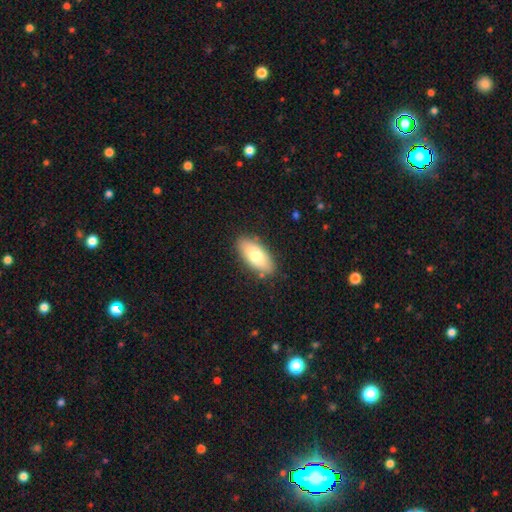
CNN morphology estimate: The model was most divided on "smooth or featured": smooth: 74%, featured or disk: 20%, star or artifact: 6%. More confident: how rounded — in between (87%); merging — none (85%).